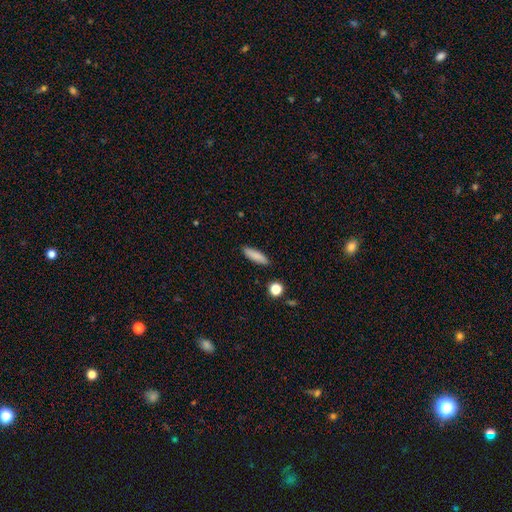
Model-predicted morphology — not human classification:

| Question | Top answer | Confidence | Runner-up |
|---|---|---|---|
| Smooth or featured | smooth | 85% | featured or disk (8%) |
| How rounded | cigar-shaped | 64% | in between (34%) |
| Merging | none | 88% | minor disturbance (8%) |